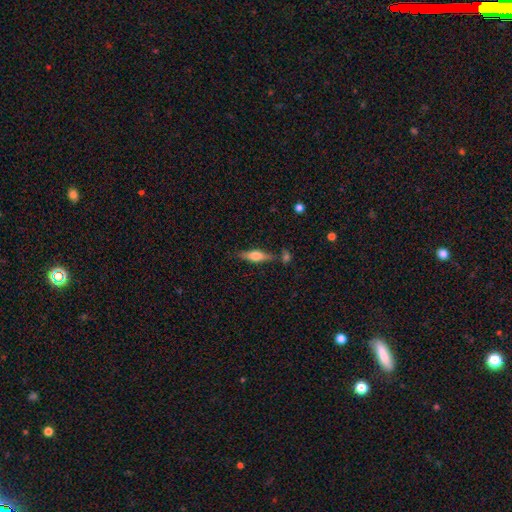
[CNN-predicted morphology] Smooth or featured?
  - featured or disk: 51% *
  - smooth: 42%
  - star or artifact: 7%
Edge-on disk?
  - yes: 93% *
  - no: 7%
Merging?
  - none: 77% *
  - minor disturbance: 13%
  - merger: 8%
  - major disturbance: 3%